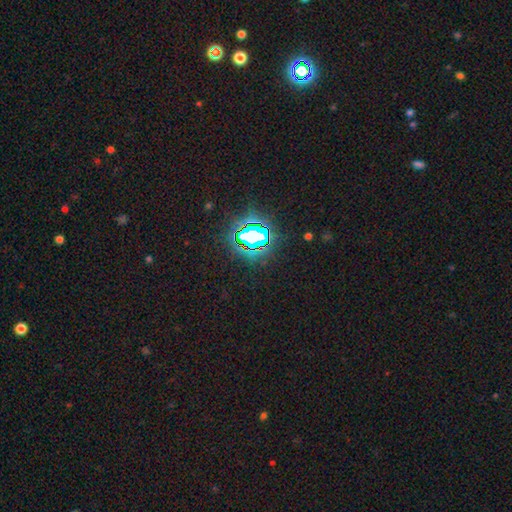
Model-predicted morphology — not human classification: smooth_or_featured: star or artifact (p=0.81) [alt: smooth p=0.12]